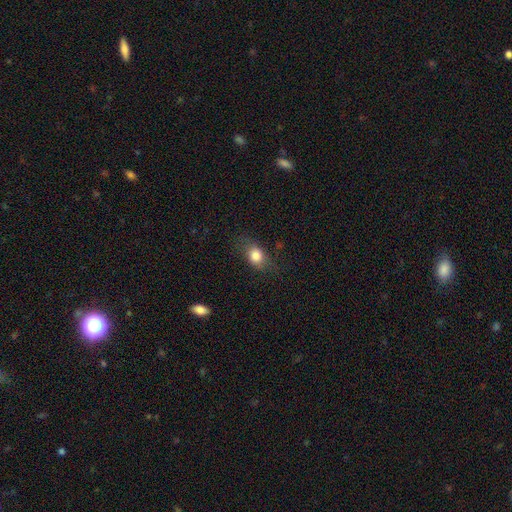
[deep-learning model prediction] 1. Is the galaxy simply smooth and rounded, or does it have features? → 81% smooth, 10% featured or disk, 9% star or artifact.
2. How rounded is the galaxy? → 62% in between, 34% round, 3% cigar-shaped.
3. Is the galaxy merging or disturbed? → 70% none, 20% minor disturbance, 8% major disturbance, 1% merger.